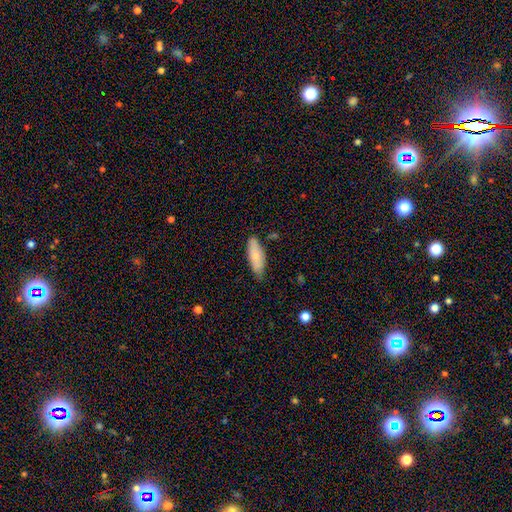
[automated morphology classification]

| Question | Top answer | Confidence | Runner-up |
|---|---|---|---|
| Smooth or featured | smooth | 82% | featured or disk (12%) |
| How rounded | in between | 60% | cigar-shaped (38%) |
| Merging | none | 77% | minor disturbance (19%) |